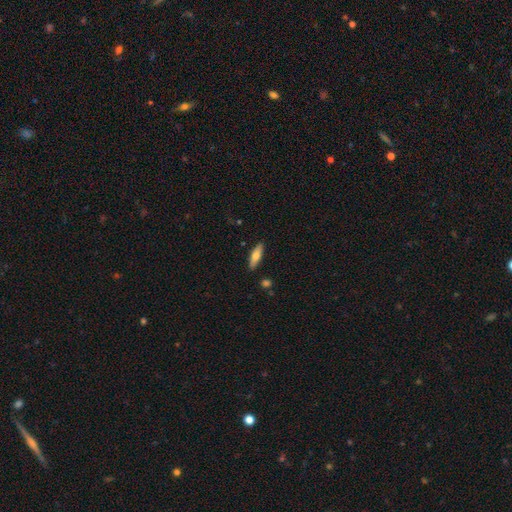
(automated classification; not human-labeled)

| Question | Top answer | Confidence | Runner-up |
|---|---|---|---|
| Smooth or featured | smooth | 68% | featured or disk (26%) |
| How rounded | cigar-shaped | 52% | in between (46%) |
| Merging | none | 87% | minor disturbance (9%) |